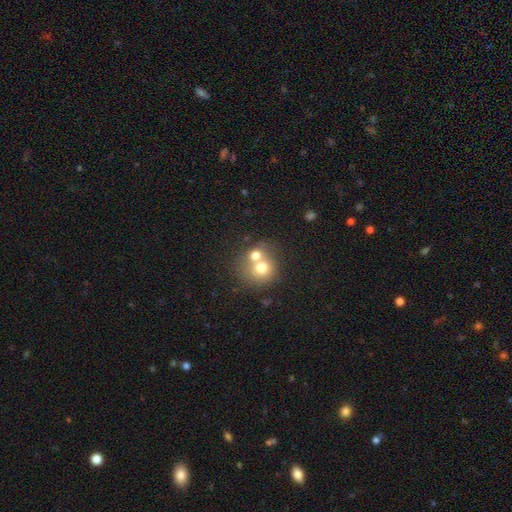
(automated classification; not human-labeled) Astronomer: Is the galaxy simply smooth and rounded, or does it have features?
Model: smooth — 69%.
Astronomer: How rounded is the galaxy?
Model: round — 79%.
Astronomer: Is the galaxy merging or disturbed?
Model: merger — 59%.